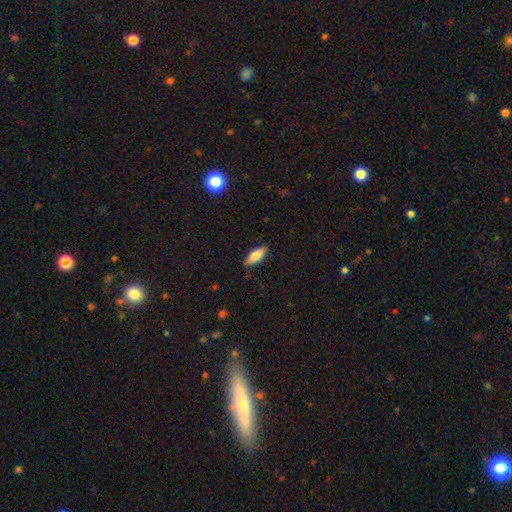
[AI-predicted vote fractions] The model was most divided on "how rounded": in between: 75%, cigar-shaped: 23%, round: 2%. More confident: merging — none (87%); smooth or featured — smooth (76%).